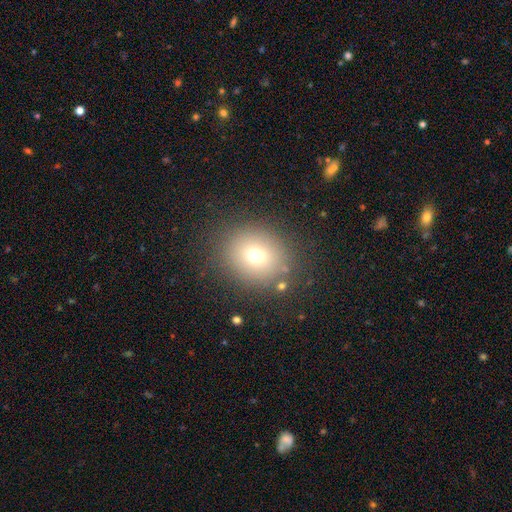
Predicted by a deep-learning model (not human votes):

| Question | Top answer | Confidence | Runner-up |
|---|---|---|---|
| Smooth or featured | smooth | 69% | star or artifact (18%) |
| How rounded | round | 80% | in between (19%) |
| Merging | none | 83% | minor disturbance (9%) |